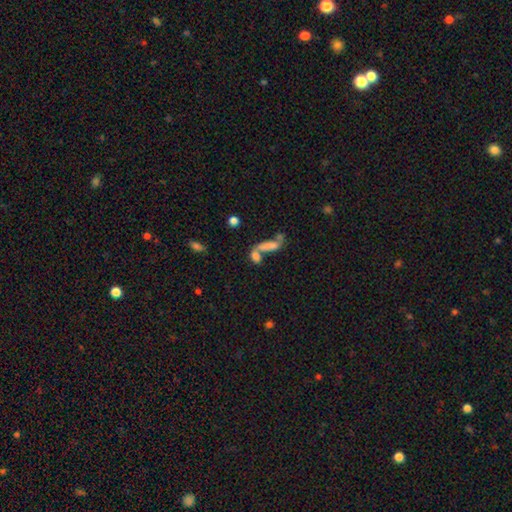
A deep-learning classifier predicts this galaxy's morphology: type=smooth (44%); merging=none (43%).